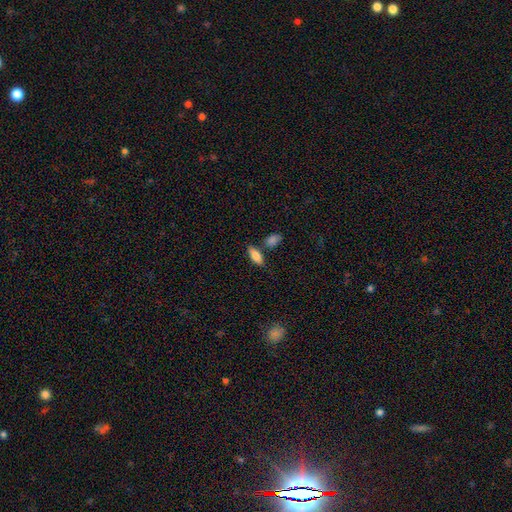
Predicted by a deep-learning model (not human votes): A smooth galaxy with no disk features (77%) that is in between round and cigar-shaped (77%). Merging: none (74%).